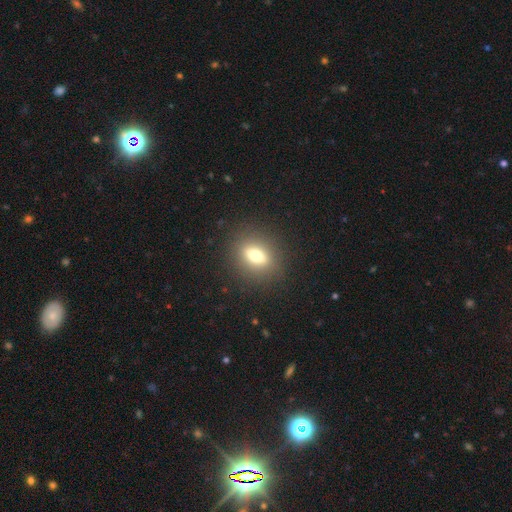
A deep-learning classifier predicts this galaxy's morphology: This appears to be a smooth galaxy with no disk features (61%) that is in between round and cigar-shaped (58%). Merging: none (87%).